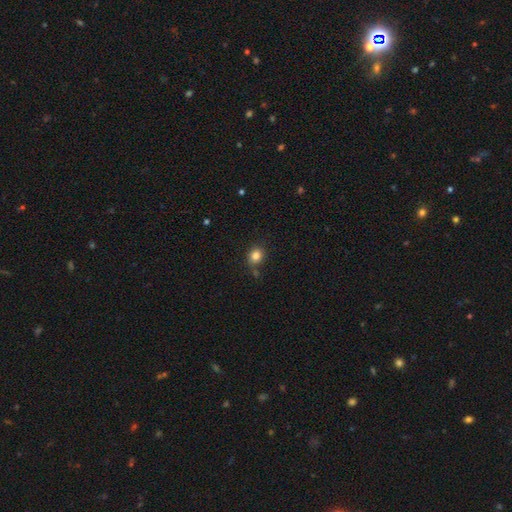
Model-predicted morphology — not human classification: A smooth galaxy with no disk features (83%) that is round (67%).

Vote fractions:
- Smooth or featured? smooth: 83% / star or artifact: 11% / featured or disk: 5%
- How rounded? round: 67% / in between: 32% / cigar-shaped: 1%
- Merging? none: 78% / minor disturbance: 13% / merger: 5% / major disturbance: 3%